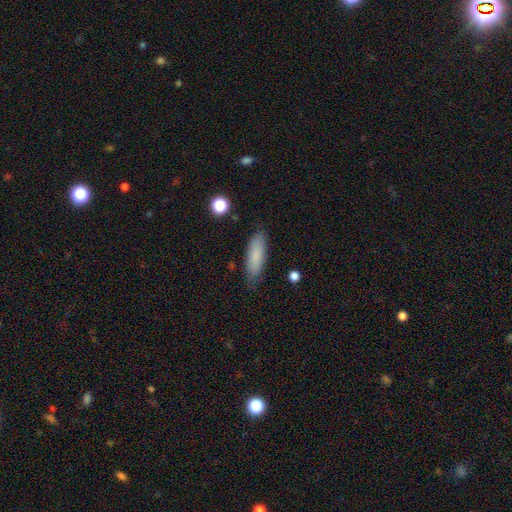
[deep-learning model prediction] A smooth galaxy with no disk features (84%) that is cigar-shaped (51%). Merging: none (83%).